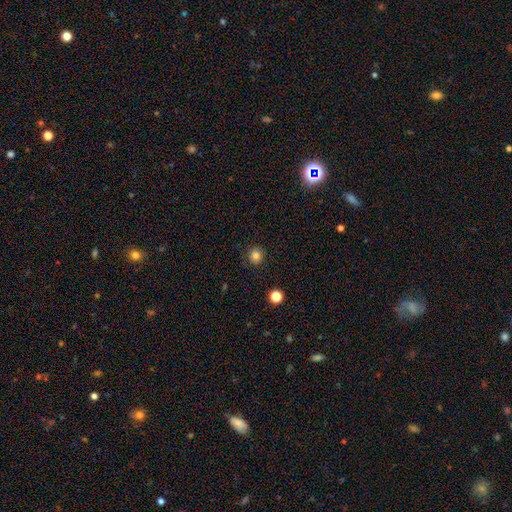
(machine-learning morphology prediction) The model was most divided on "smooth or featured": smooth: 82%, star or artifact: 13%, featured or disk: 5%. More confident: how rounded — round (90%); merging — none (88%).